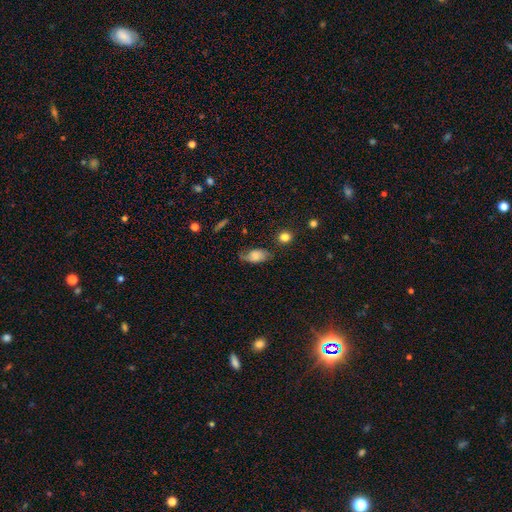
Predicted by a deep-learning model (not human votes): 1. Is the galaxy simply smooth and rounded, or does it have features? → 62% smooth, 29% featured or disk, 10% star or artifact.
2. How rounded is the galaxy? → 88% in between, 7% round, 5% cigar-shaped.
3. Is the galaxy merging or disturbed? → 54% none, 31% minor disturbance, 13% major disturbance, 3% merger.